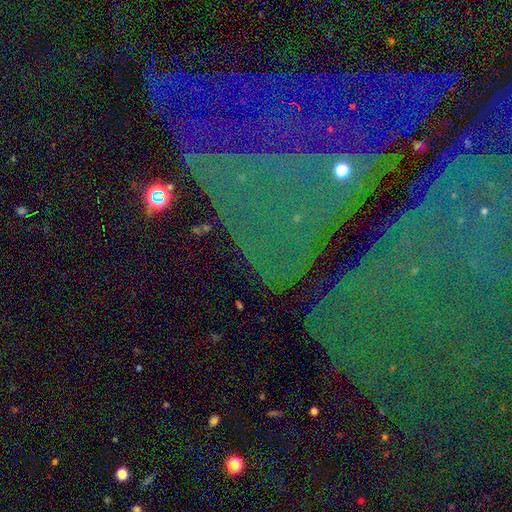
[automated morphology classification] star or artifact 81%, featured or disk 10%, smooth 9%.